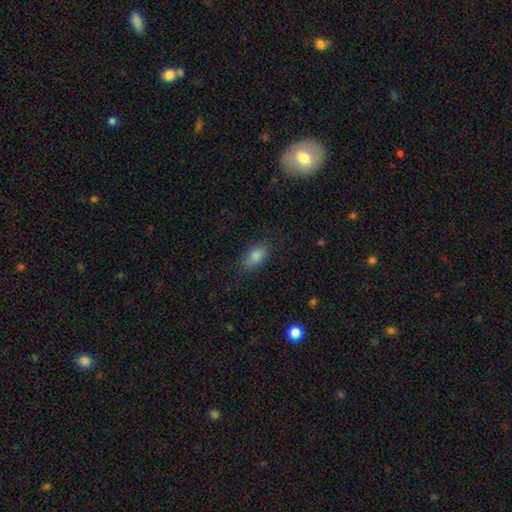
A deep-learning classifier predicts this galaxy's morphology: This appears to be a smooth galaxy with no disk features (83%) that is in between round and cigar-shaped (88%). Merging: none (82%).